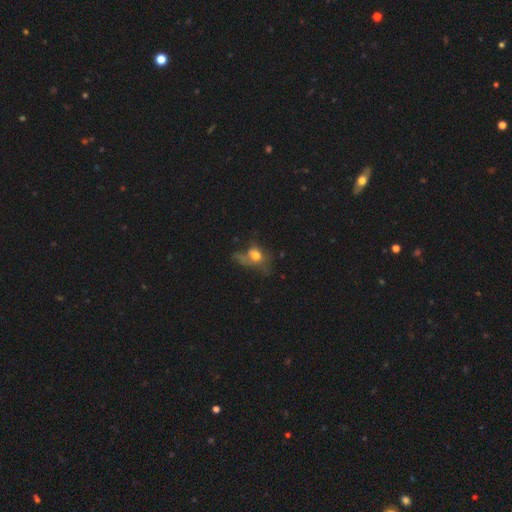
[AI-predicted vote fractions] smooth 62%, featured or disk 23%, star or artifact 15%. Down the decision tree: how rounded — in between (52%); merging — major disturbance (40%).